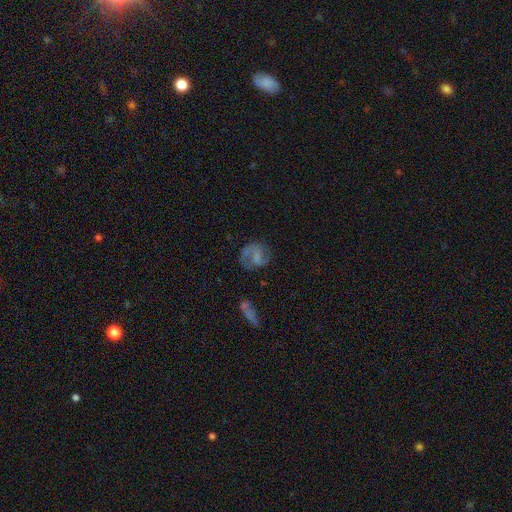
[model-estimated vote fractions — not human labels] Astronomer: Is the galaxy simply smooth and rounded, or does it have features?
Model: featured or disk — 60%.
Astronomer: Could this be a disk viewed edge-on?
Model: no — 97%.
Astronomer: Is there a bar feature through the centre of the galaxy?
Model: weak — 46% (runner-up: no, 37%).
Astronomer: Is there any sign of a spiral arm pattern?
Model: yes — 85%.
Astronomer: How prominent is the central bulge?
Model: none — 55%.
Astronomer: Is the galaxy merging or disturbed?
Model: none — 65%.